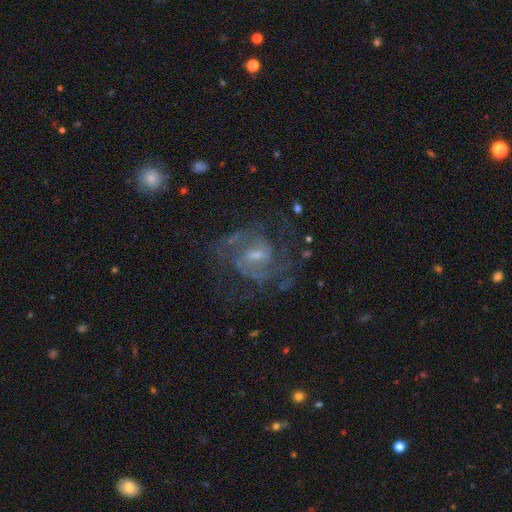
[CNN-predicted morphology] smooth-or-featured: featured or disk: 84% | smooth: 8% | star or artifact: 8%
  disk-edge-on: no: 97% | yes: 3%
    bar: weak: 59% | no: 22% | strong: 19%
    has-spiral-arms: yes: 93% | no: 7%
      spiral-winding: medium: 52% | tight: 34% | loose: 14%
      spiral-arm-count: 2: 54% | can't tell: 20% | 3: 14% | 4: 4% | 1: 4% | more than 4: 3%
    bulge-size: small: 51% | moderate: 35% | none: 10% | large: 3% | dominant: 1%
  merging: none: 65% | minor disturbance: 17% | major disturbance: 16% | merger: 2%